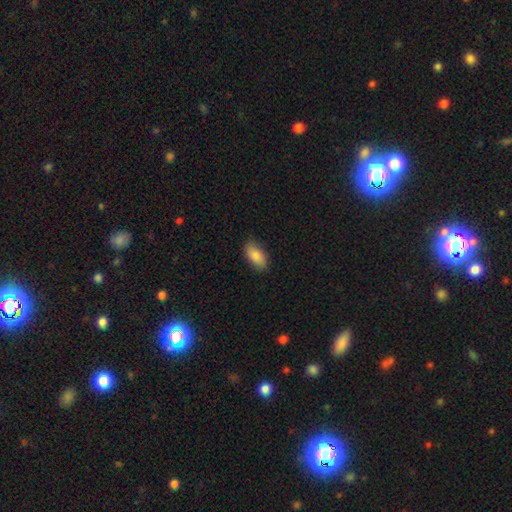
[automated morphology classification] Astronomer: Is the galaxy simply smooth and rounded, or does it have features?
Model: smooth — 85%.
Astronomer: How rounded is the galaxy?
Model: in between — 92%.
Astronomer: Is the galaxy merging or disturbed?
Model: none — 83%.